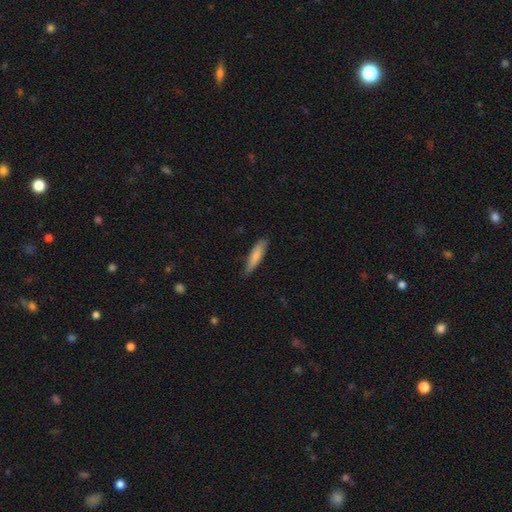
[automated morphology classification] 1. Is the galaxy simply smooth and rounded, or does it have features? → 80% smooth, 14% featured or disk, 5% star or artifact.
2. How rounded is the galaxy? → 76% cigar-shaped, 22% in between, 1% round.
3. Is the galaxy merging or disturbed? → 79% none, 17% minor disturbance, 2% major disturbance, 1% merger.